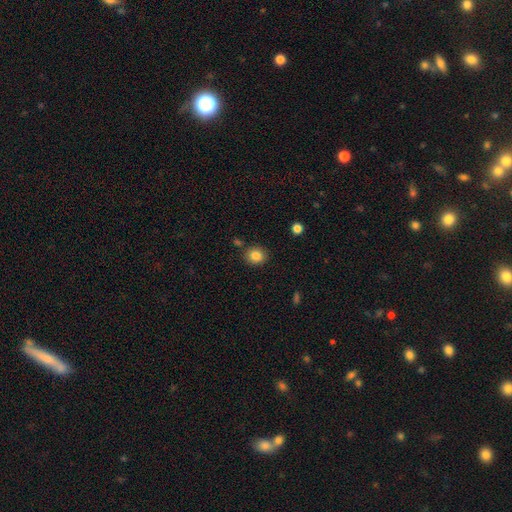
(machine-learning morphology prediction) Smooth or featured? smooth (84%)
How rounded? round (78%)
Merging? none (85%)